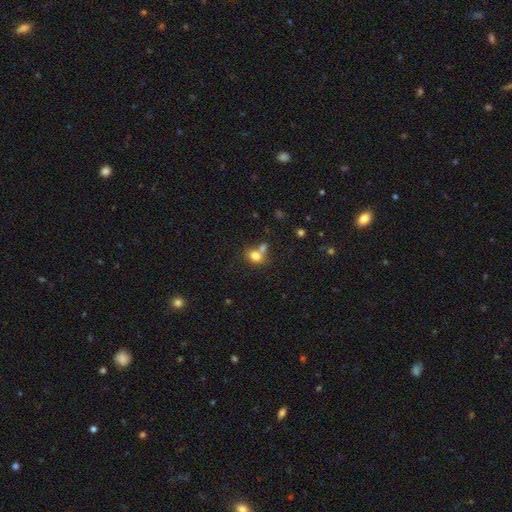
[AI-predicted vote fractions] Smooth or featured?
  - smooth: 77% *
  - featured or disk: 11%
  - star or artifact: 11%
How rounded?
  - in between: 59% *
  - round: 39%
  - cigar-shaped: 2%
Merging?
  - merger: 44% *
  - none: 39%
  - minor disturbance: 11%
  - major disturbance: 5%